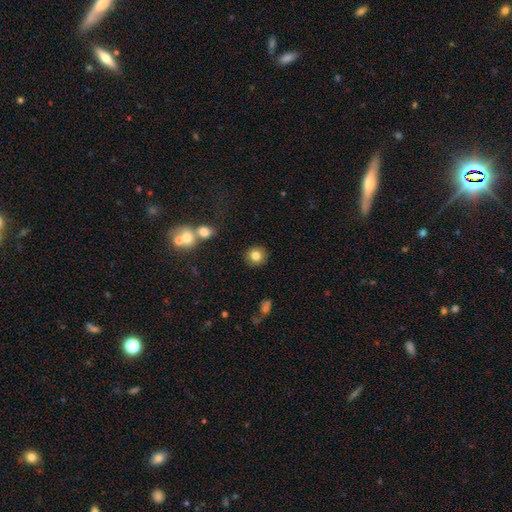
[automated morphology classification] Smooth or featured?
  - smooth: 82% *
  - star or artifact: 10%
  - featured or disk: 8%
How rounded?
  - round: 89% *
  - in between: 10%
  - cigar-shaped: 1%
Merging?
  - none: 89% *
  - minor disturbance: 6%
  - merger: 3%
  - major disturbance: 2%